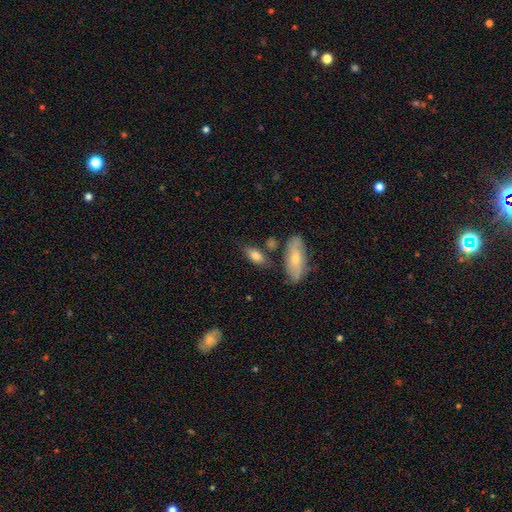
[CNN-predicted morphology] This is likely a smooth galaxy (76%). How rounded: clearly in between (83%). Merging: likely none (67%).